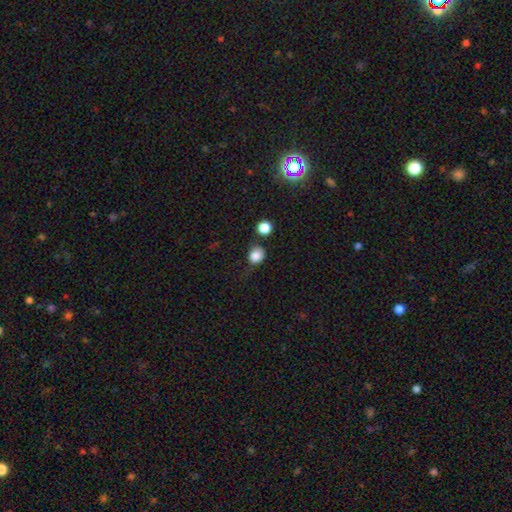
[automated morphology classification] The model was most divided on "merging": none: 55%, minor disturbance: 27%, major disturbance: 10%, merger: 9%. More confident: smooth or featured — smooth (82%); how rounded — round (72%).